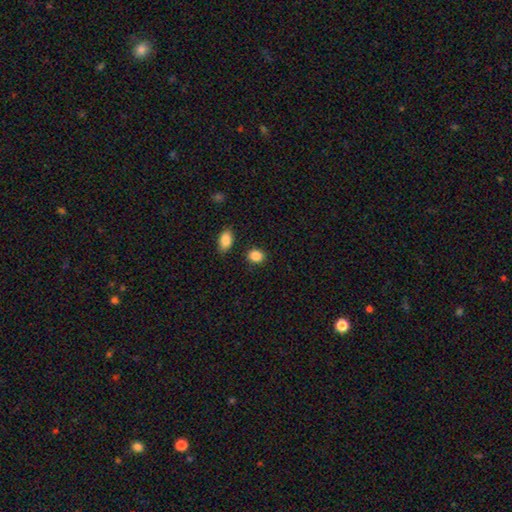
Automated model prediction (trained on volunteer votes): Smooth or featured? smooth (88%)
How rounded? round (56%)
Merging? none (86%)